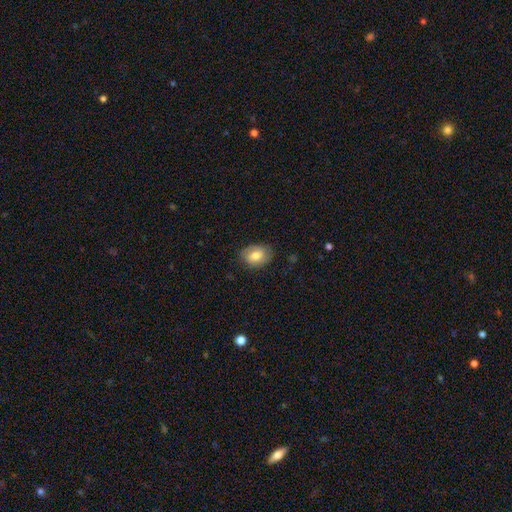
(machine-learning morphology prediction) Q: Smooth or featured?
A: smooth (68%); runner-up: featured or disk (24%)
Q: How rounded?
A: in between (73%); runner-up: round (26%)
Q: Merging?
A: none (79%); runner-up: minor disturbance (16%)